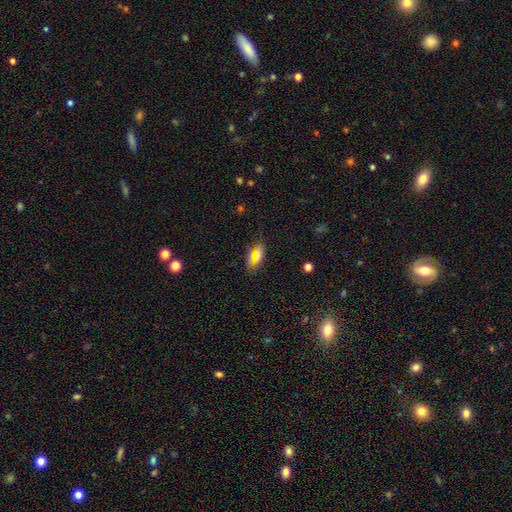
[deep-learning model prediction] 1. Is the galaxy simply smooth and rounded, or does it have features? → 64% smooth, 23% star or artifact, 13% featured or disk.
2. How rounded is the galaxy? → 79% in between, 13% cigar-shaped, 8% round.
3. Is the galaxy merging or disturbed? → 78% none, 13% minor disturbance, 5% major disturbance, 3% merger.